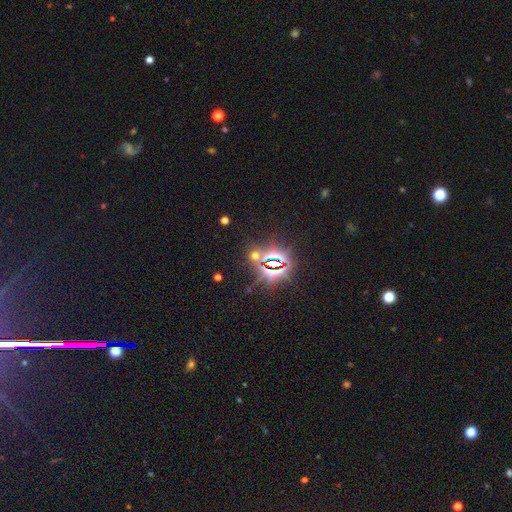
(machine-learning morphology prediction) This is likely a star or artifact rather than a galaxy (71%).